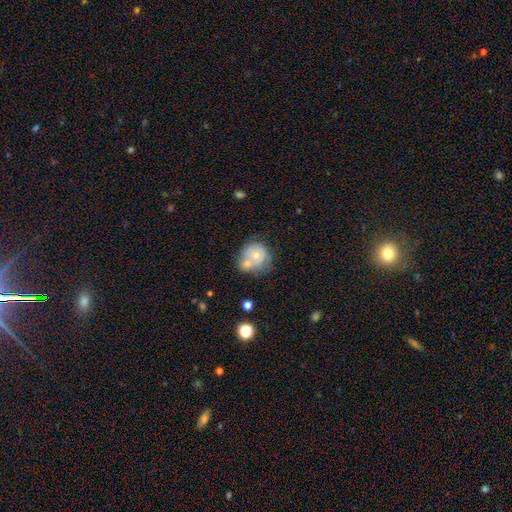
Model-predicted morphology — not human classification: This appears to be a smooth galaxy with no disk features (54%) that is round (81%). Merging: merger (50%).